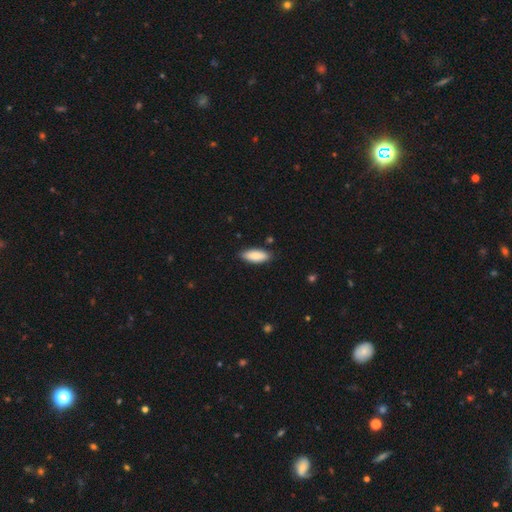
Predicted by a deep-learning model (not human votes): smooth_or_featured: smooth (p=0.88) [alt: featured or disk p=0.06]
how_rounded: in between (p=0.78) [alt: cigar-shaped p=0.20]
merging: none (p=0.86) [alt: minor disturbance p=0.11]